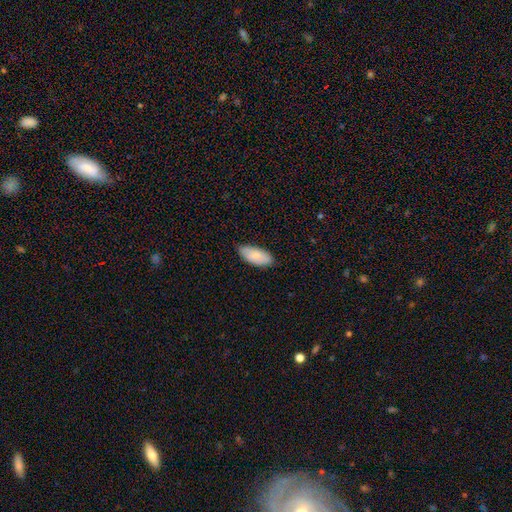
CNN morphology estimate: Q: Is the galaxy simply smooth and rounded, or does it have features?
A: smooth — 81%.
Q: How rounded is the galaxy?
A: in between — 91%.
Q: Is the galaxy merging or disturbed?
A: none — 81%.